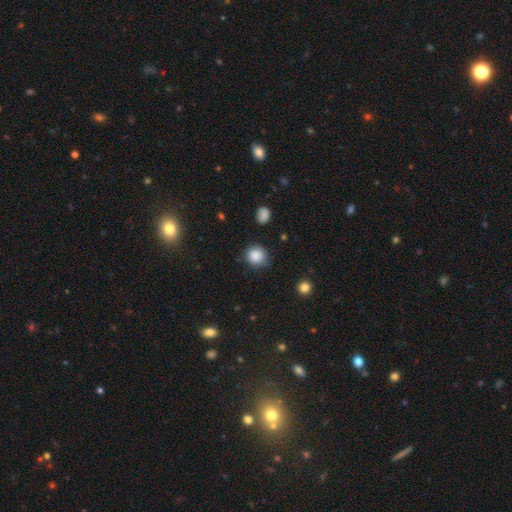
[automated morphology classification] A smooth galaxy with no disk features (87%) that is round (89%).

Vote fractions:
- Smooth or featured? smooth: 87% / star or artifact: 10% / featured or disk: 4%
- How rounded? round: 89% / in between: 10% / cigar-shaped: 1%
- Merging? none: 82% / minor disturbance: 13% / major disturbance: 3% / merger: 2%